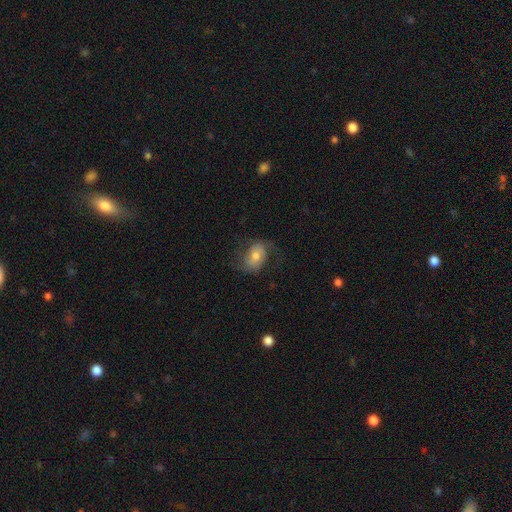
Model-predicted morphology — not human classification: smooth-or-featured: featured or disk: 53% | smooth: 38% | star or artifact: 9%
  disk-edge-on: no: 96% | yes: 4%
    bar: no: 55% | weak: 32% | strong: 13%
    has-spiral-arms: yes: 82% | no: 18%
    bulge-size: moderate: 63% | small: 25% | large: 9% | none: 2% | dominant: 2%
  merging: none: 64% | minor disturbance: 19% | major disturbance: 16% | merger: 1%